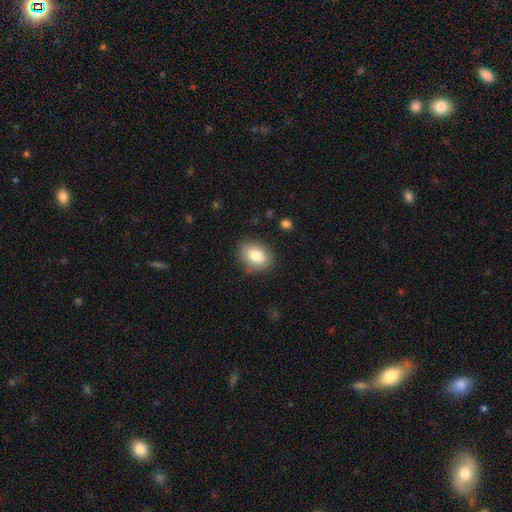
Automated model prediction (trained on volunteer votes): smooth-or-featured: smooth: 81% | featured or disk: 11% | star or artifact: 8%
  how-rounded: in between: 72% | round: 27% | cigar-shaped: 1%
  merging: none: 84% | minor disturbance: 11% | major disturbance: 3% | merger: 1%